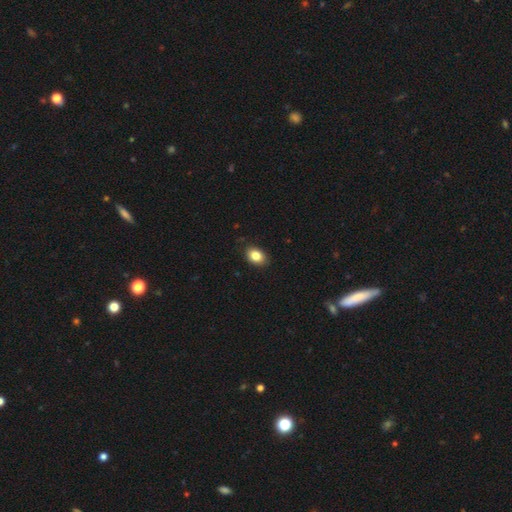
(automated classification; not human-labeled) smooth-or-featured: smooth: 85% | star or artifact: 9% | featured or disk: 7%
  how-rounded: in between: 78% | round: 21% | cigar-shaped: 1%
  merging: none: 87% | minor disturbance: 10% | major disturbance: 2% | merger: 1%